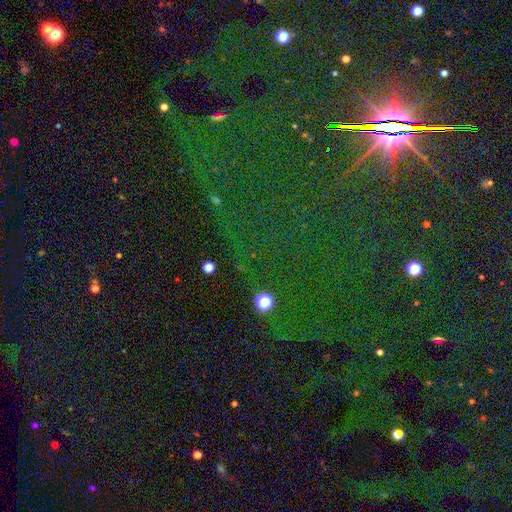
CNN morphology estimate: The model was most divided on "smooth or featured": star or artifact: 85%, smooth: 8%, featured or disk: 7%.